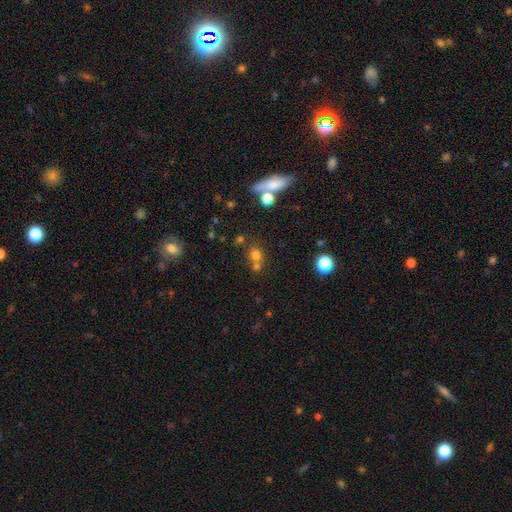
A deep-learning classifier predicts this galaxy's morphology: This is likely a smooth galaxy (69%). How rounded: likely round (79%). Merging: possibly none (52%).